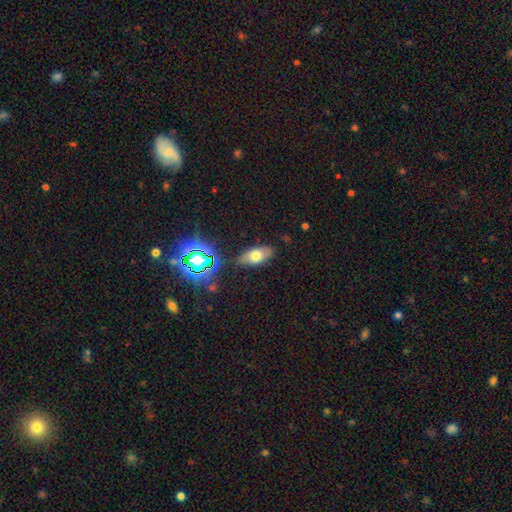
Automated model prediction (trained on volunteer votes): smooth-or-featured: smooth: 64% | featured or disk: 22% | star or artifact: 15%
  how-rounded: in between: 87% | cigar-shaped: 7% | round: 5%
  merging: none: 80% | minor disturbance: 14% | major disturbance: 3% | merger: 2%